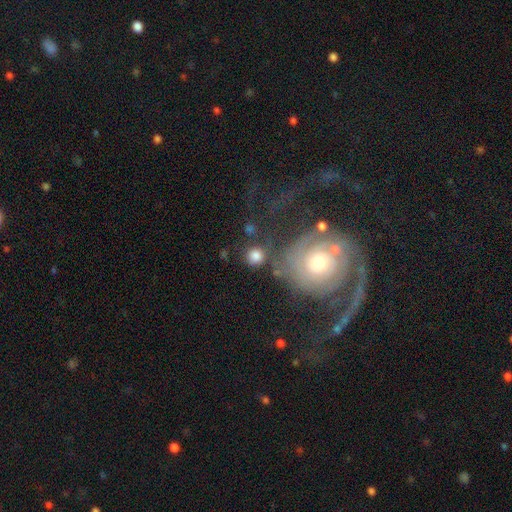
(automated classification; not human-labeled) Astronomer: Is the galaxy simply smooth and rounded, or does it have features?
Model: smooth — 79%.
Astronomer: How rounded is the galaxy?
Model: round — 90%.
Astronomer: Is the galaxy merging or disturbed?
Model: none — 69%.